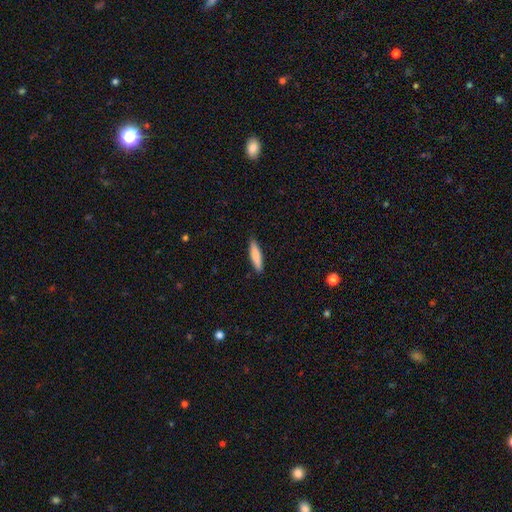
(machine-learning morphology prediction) Smooth or featured: smooth — 80% (featured or disk — 15%)
How rounded: cigar-shaped — 78% (in between — 21%)
Merging: none — 88% (minor disturbance — 9%)